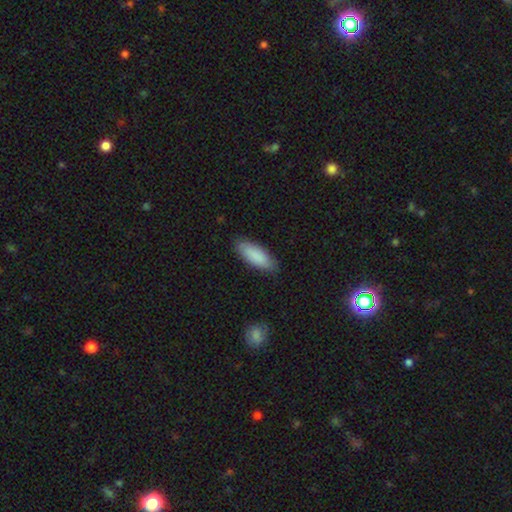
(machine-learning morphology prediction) Smooth or featured? smooth (88%)
How rounded? in between (70%)
Merging? none (85%)